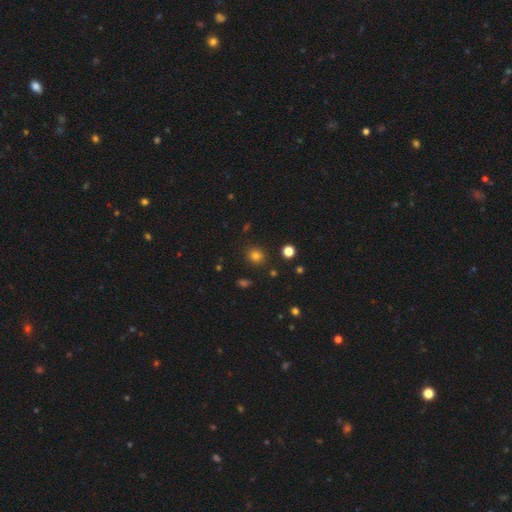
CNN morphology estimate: smooth 78%, star or artifact 16%, featured or disk 6%. Down the decision tree: how rounded — round (83%); merging — none (86%).